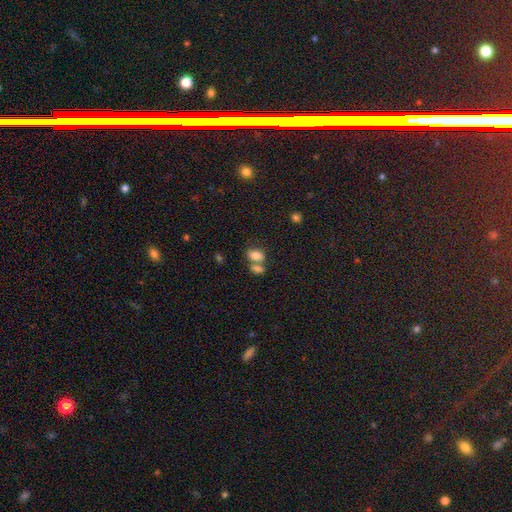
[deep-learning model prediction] This is clearly a smooth galaxy (81%). How rounded: clearly in between (86%). Merging: marginally merger (44%).